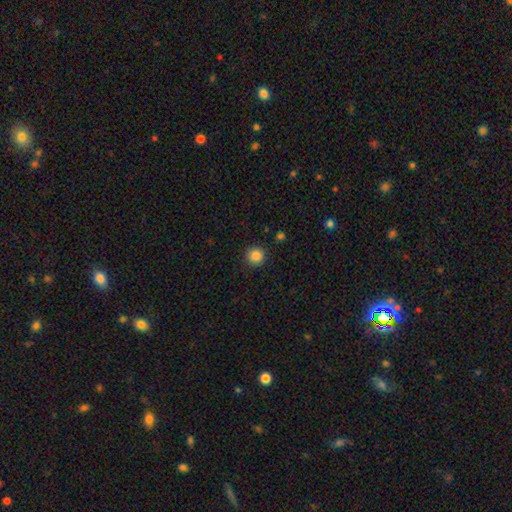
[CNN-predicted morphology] Smooth or featured? smooth (87%)
How rounded? round (95%)
Merging? none (91%)